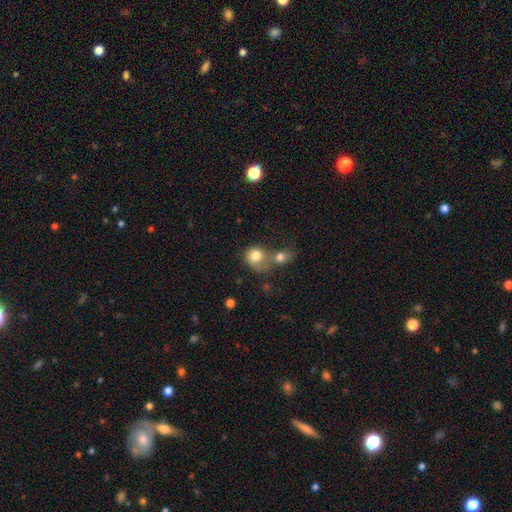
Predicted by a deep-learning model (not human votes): smooth_or_featured: smooth (p=0.79) [alt: featured or disk p=0.13]
how_rounded: round (p=0.69) [alt: in between p=0.30]
merging: merger (p=0.61) [alt: none p=0.23]